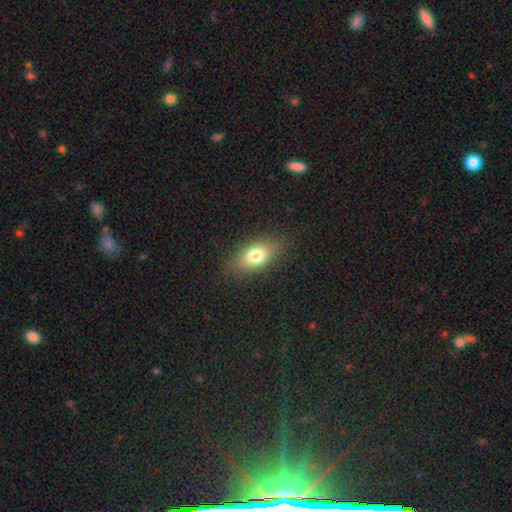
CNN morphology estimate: smooth 77%, featured or disk 13%, star or artifact 10%. Down the decision tree: how rounded — in between (83%); merging — none (84%).